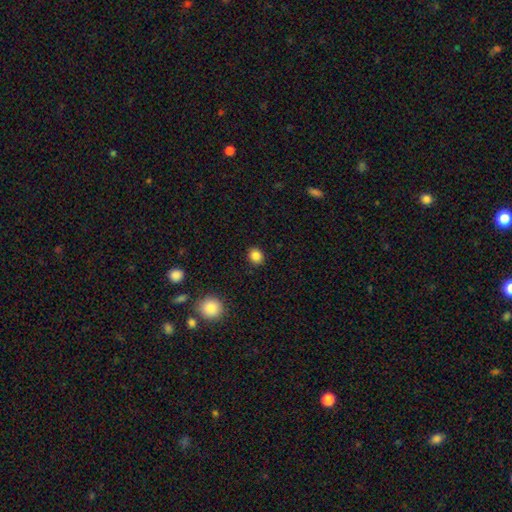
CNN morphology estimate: A smooth galaxy with no disk features (85%) that is round (67%).

Vote fractions:
- Smooth or featured? smooth: 85% / star or artifact: 11% / featured or disk: 4%
- How rounded? round: 67% / in between: 32% / cigar-shaped: 1%
- Merging? none: 90% / minor disturbance: 7% / major disturbance: 2% / merger: 1%